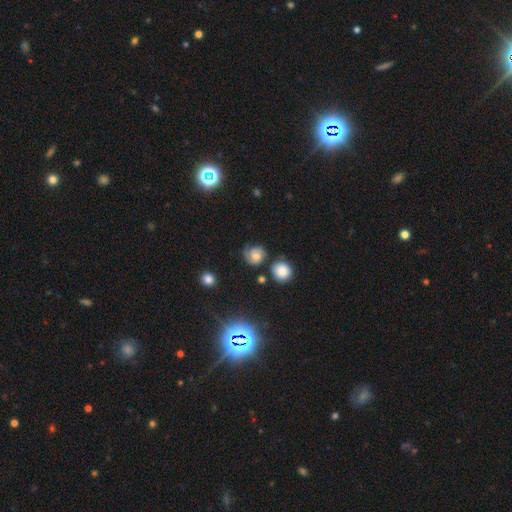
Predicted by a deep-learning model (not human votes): This appears to be a featured or disk galaxy (53%) with no bar (69%), spiral arms (88%) and a moderate central bulge (56%). Merging: none (58%).